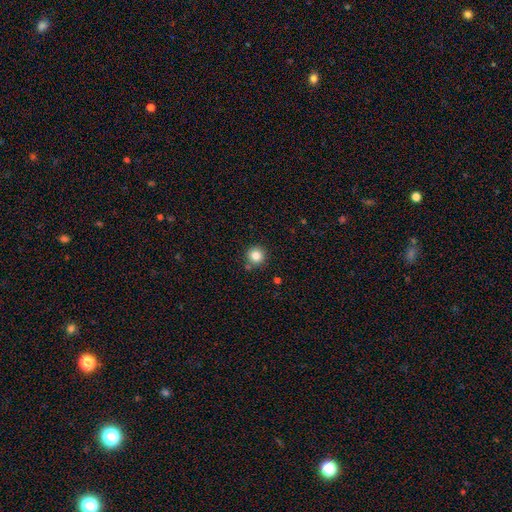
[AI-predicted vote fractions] Q: Smooth or featured?
A: smooth (84%); runner-up: star or artifact (11%)
Q: How rounded?
A: round (94%); runner-up: in between (5%)
Q: Merging?
A: none (84%); runner-up: minor disturbance (8%)